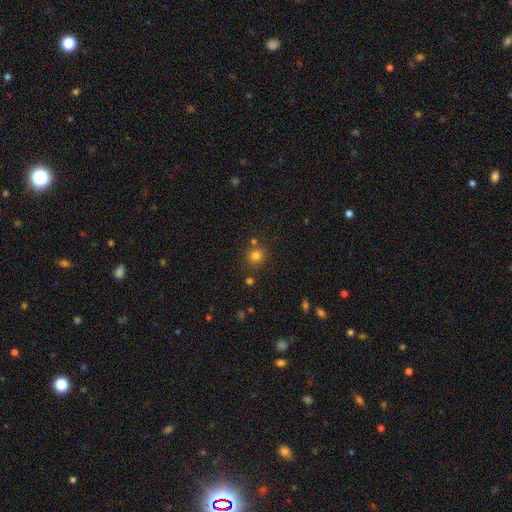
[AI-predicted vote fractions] Smooth or featured? Predicted: smooth (p=0.78). How rounded? Predicted: round (p=0.87). Merging? Predicted: none (p=0.77).